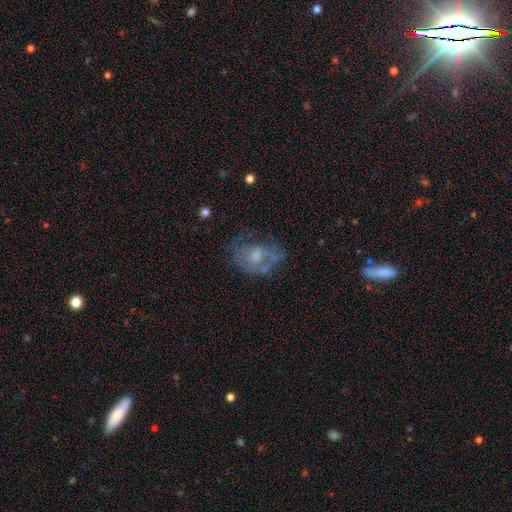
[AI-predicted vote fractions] The model was most divided on "merging": none: 42%, major disturbance: 29%, minor disturbance: 23%, merger: 6%. Remaining: edge-on disk — no (96%); bar — no (73%); spiral arms — no (59%); smooth or featured — featured or disk (58%); bulge size — moderate (44%).